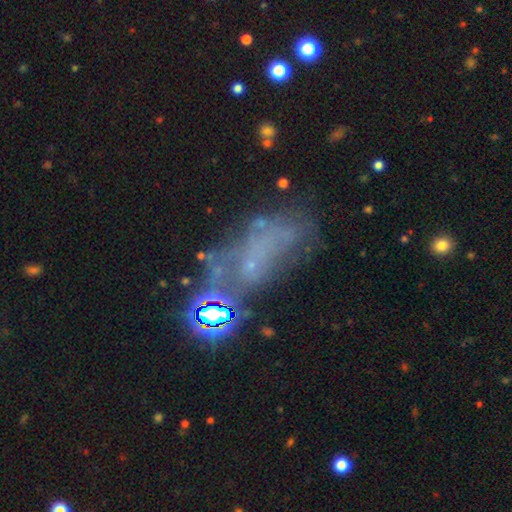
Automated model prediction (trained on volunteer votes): Q: Smooth or featured?
A: featured or disk (40%); runner-up: star or artifact (33%)
Q: Merging?
A: none (39%); runner-up: major disturbance (28%)